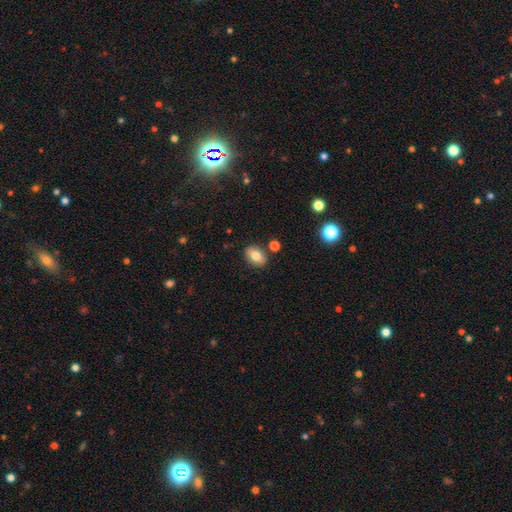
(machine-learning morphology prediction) Overall: smooth (78%). How rounded: in between (82%). Merging: none (84%).